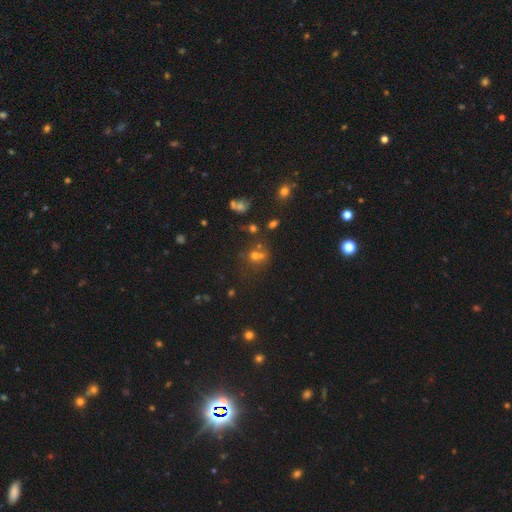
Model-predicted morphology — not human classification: Smooth or featured? Predicted: smooth (p=0.56). How rounded? Predicted: round (p=0.78). Merging? Predicted: none (p=0.46).